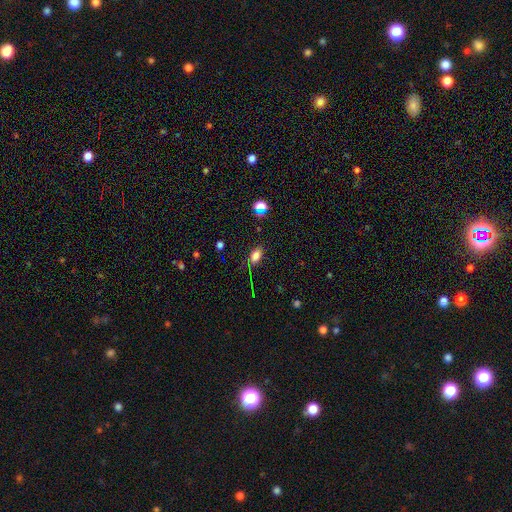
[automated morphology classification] Q: Smooth or featured?
A: smooth (74%); runner-up: star or artifact (17%)
Q: How rounded?
A: in between (84%); runner-up: round (11%)
Q: Merging?
A: none (76%); runner-up: minor disturbance (15%)